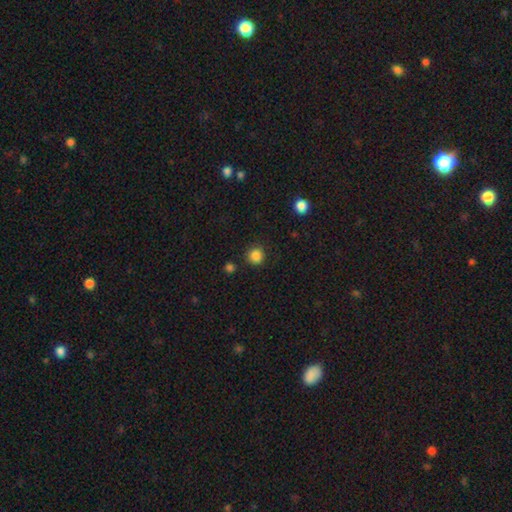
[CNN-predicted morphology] type=smooth (86%); roundness=round (92%); merging=none (87%).